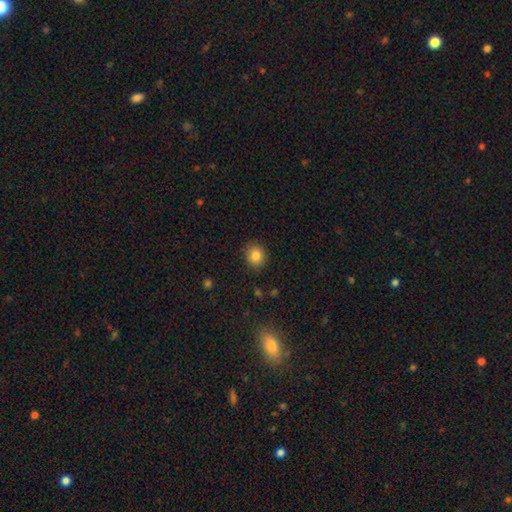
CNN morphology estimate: smooth_or_featured: smooth (p=0.83) [alt: star or artifact p=0.10]
how_rounded: round (p=0.78) [alt: in between p=0.22]
merging: none (p=0.87) [alt: minor disturbance p=0.10]